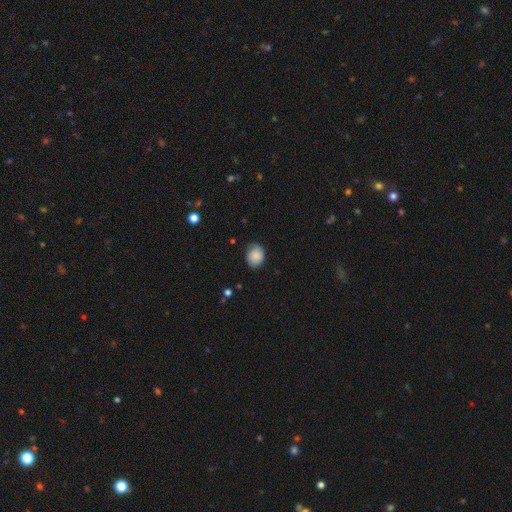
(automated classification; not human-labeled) Overall: smooth (81%). How rounded: round (55%; in between 44%). Merging: none (73%).